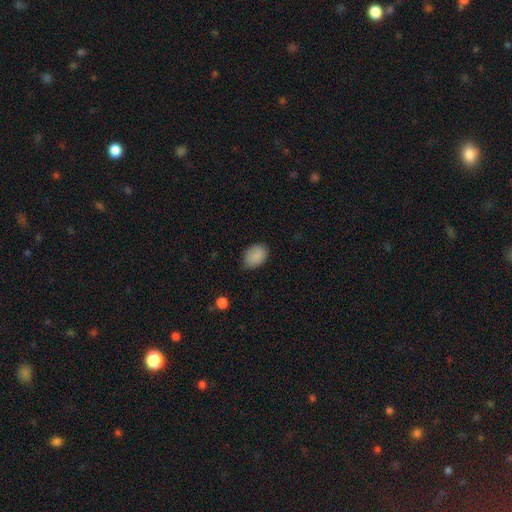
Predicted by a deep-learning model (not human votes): Smooth or featured?
  - smooth: 89% *
  - star or artifact: 8%
  - featured or disk: 4%
How rounded?
  - in between: 79% *
  - round: 20%
  - cigar-shaped: 1%
Merging?
  - none: 73% *
  - minor disturbance: 22%
  - major disturbance: 4%
  - merger: 1%